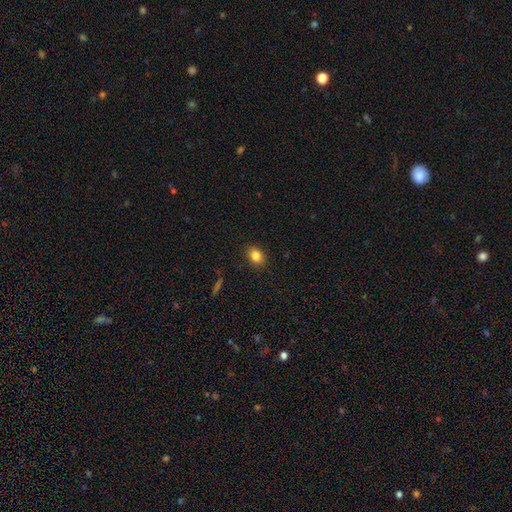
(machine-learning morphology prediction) Q: Smooth or featured?
A: smooth (84%); runner-up: star or artifact (10%)
Q: How rounded?
A: in between (64%); runner-up: round (35%)
Q: Merging?
A: none (87%); runner-up: minor disturbance (9%)